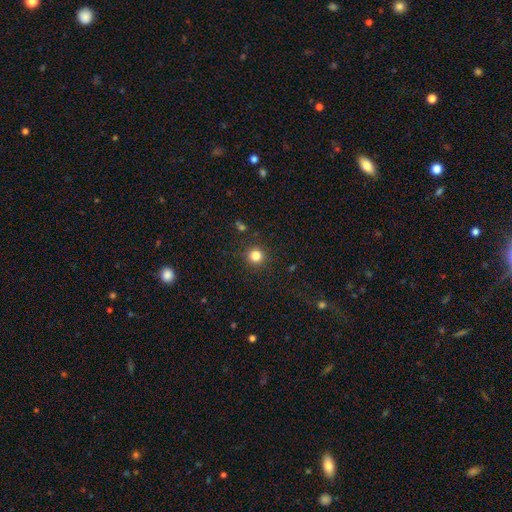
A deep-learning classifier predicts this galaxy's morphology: The model was most divided on "smooth or featured": smooth: 82%, star or artifact: 13%, featured or disk: 5%. More confident: how rounded — round (94%); merging — none (90%).